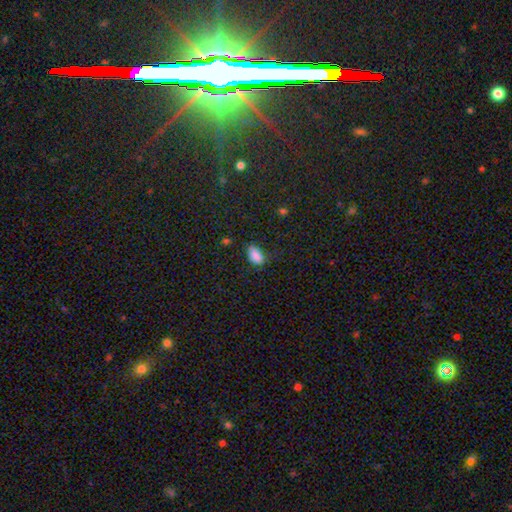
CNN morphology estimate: Smooth or featured? Predicted: smooth (p=0.87). How rounded? Predicted: in between (p=0.92). Merging? Predicted: none (p=0.72).